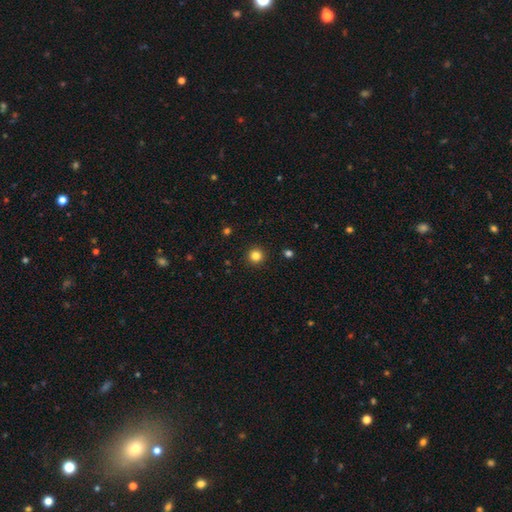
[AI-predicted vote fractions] The model was most divided on "smooth or featured": smooth: 83%, star or artifact: 13%, featured or disk: 4%. More confident: how rounded — round (96%); merging — none (93%).